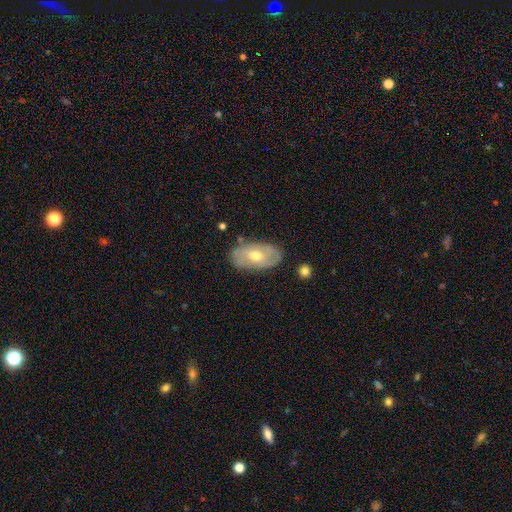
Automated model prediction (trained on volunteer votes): Smooth or featured? Predicted: featured or disk (p=0.52). Edge-on disk? Predicted: no (p=0.88). Merging? Predicted: none (p=0.78).